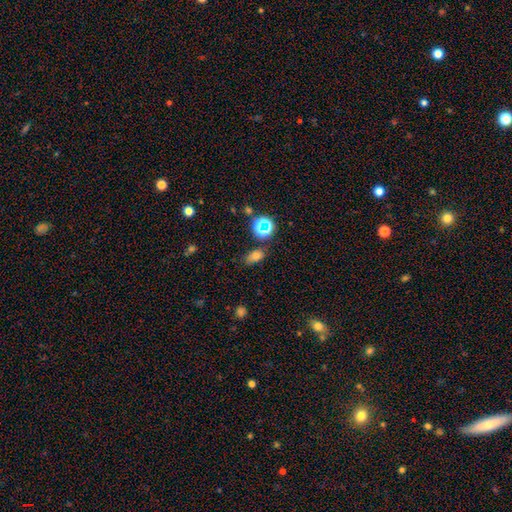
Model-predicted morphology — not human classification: The model was most divided on "smooth or featured": smooth: 67%, star or artifact: 25%, featured or disk: 9%. More confident: how rounded — in between (77%); merging — none (74%).